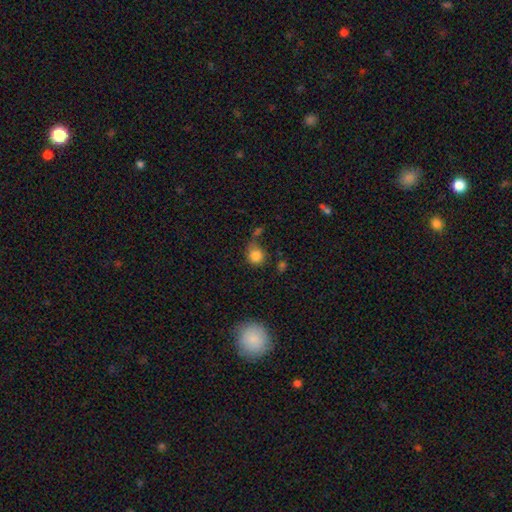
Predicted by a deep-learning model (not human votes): Smooth or featured?
  - smooth: 84% *
  - star or artifact: 11%
  - featured or disk: 6%
How rounded?
  - round: 82% *
  - in between: 17%
  - cigar-shaped: 1%
Merging?
  - none: 60% *
  - minor disturbance: 20%
  - merger: 12%
  - major disturbance: 8%